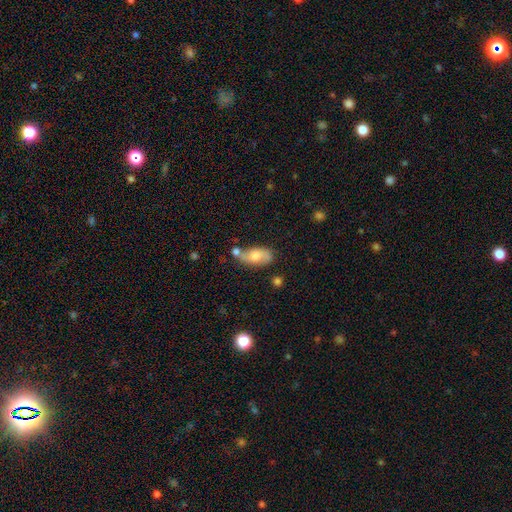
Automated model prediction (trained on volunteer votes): Overall: smooth (52%; featured or disk 40%). How rounded: in between (87%). Merging: none (48%; merger 22%).